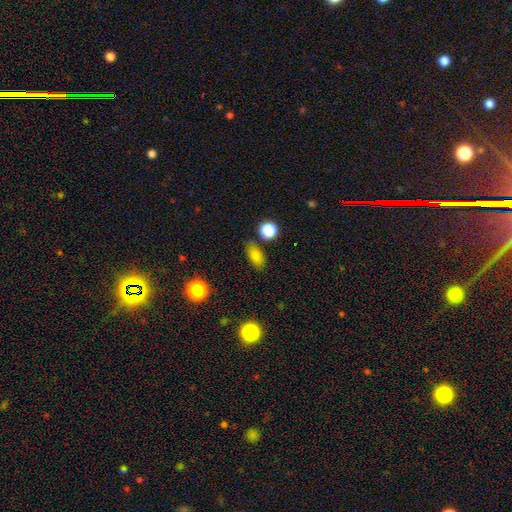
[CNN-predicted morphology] Smooth or featured? smooth (78%)
How rounded? in between (81%)
Merging? none (81%)